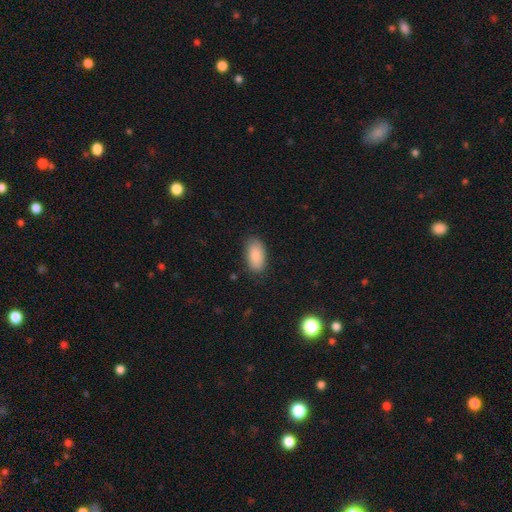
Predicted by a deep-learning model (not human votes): A smooth galaxy with no disk features (86%) that is in between round and cigar-shaped (94%).

Vote fractions:
- Smooth or featured? smooth: 86% / featured or disk: 8% / star or artifact: 6%
- How rounded? in between: 94% / cigar-shaped: 3% / round: 3%
- Merging? none: 82% / minor disturbance: 14% / major disturbance: 3% / merger: 1%